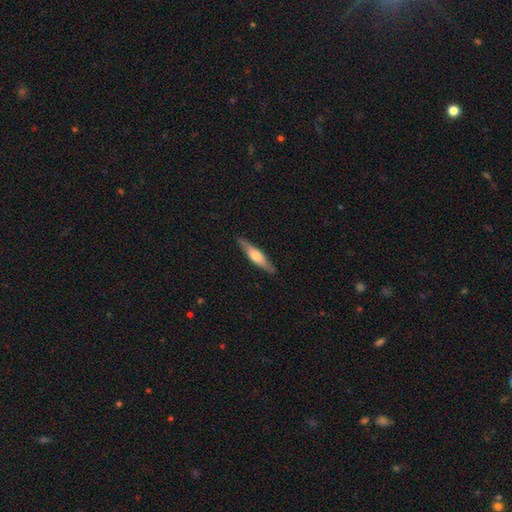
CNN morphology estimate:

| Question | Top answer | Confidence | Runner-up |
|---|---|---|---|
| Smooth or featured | smooth | 48% | featured or disk (47%) |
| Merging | none | 87% | minor disturbance (10%) |